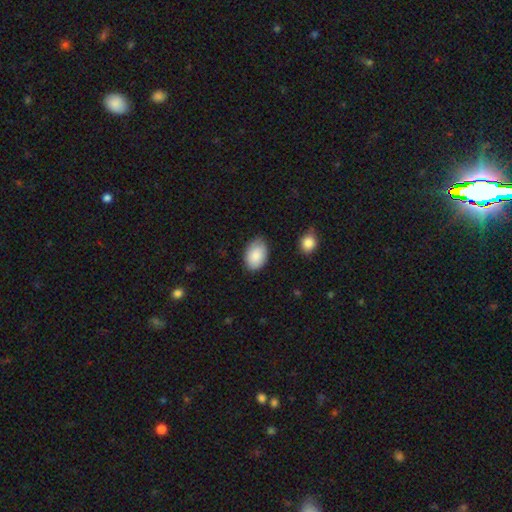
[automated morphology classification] A smooth galaxy with no disk features (87%) that is in between round and cigar-shaped (87%).

Vote fractions:
- Smooth or featured? smooth: 87% / featured or disk: 7% / star or artifact: 6%
- How rounded? in between: 87% / round: 12% / cigar-shaped: 1%
- Merging? none: 76% / minor disturbance: 19% / major disturbance: 3% / merger: 2%